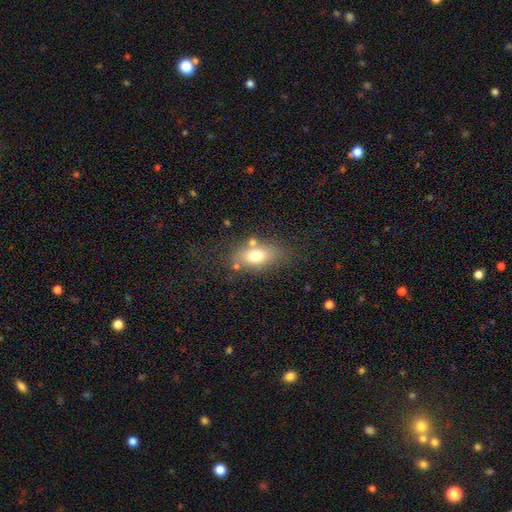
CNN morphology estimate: A smooth galaxy with no disk features (71%) that is in between round and cigar-shaped (82%).

Vote fractions:
- Smooth or featured? smooth: 71% / featured or disk: 19% / star or artifact: 10%
- How rounded? in between: 82% / round: 13% / cigar-shaped: 5%
- Merging? none: 66% / minor disturbance: 17% / merger: 10% / major disturbance: 7%